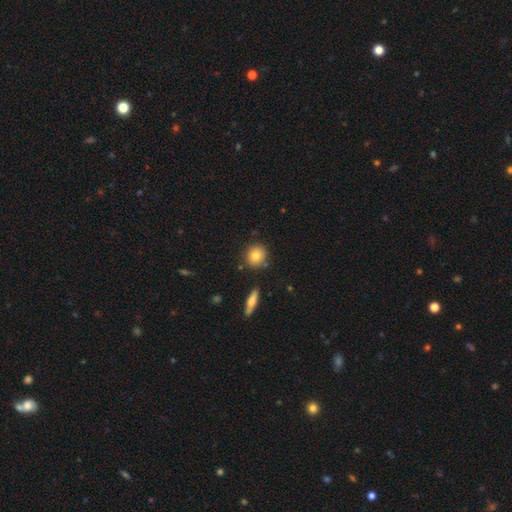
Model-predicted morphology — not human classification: This appears to be a smooth galaxy with no disk features (78%) that is round (86%). Merging: none (84%).